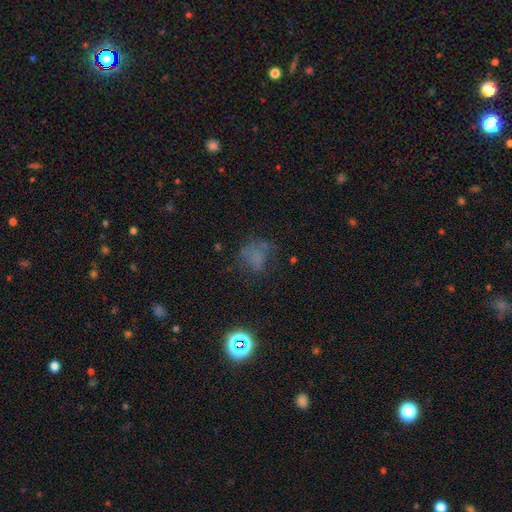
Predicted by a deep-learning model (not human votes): A smooth galaxy with no disk features (48%).

Vote fractions:
- Smooth or featured? smooth: 48% / star or artifact: 27% / featured or disk: 24%
- Merging? none: 48% / major disturbance: 27% / minor disturbance: 22% / merger: 3%